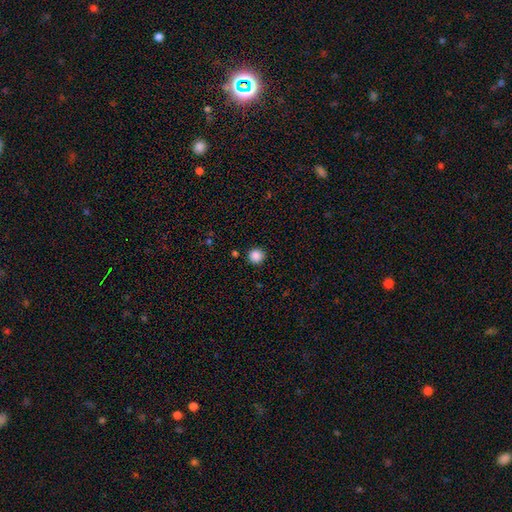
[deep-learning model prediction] smooth-or-featured: smooth: 87% | star or artifact: 11% | featured or disk: 3%
  how-rounded: round: 95% | in between: 4% | cigar-shaped: 1%
  merging: none: 91% | minor disturbance: 6% | major disturbance: 2% | merger: 2%